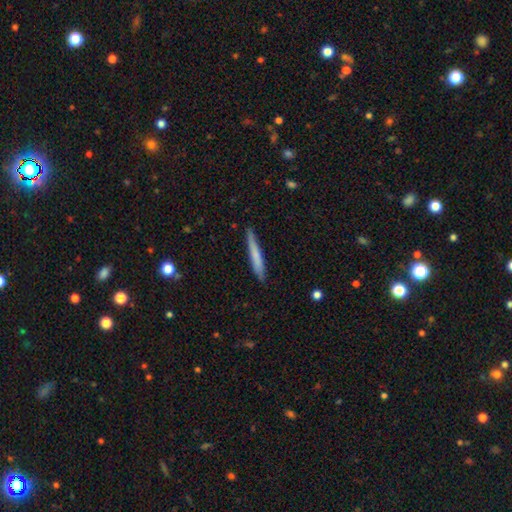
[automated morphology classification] Smooth or featured?
  - smooth: 66% *
  - featured or disk: 28%
  - star or artifact: 6%
How rounded?
  - cigar-shaped: 95% *
  - in between: 4%
  - round: 1%
Merging?
  - none: 87% *
  - minor disturbance: 10%
  - major disturbance: 2%
  - merger: 1%